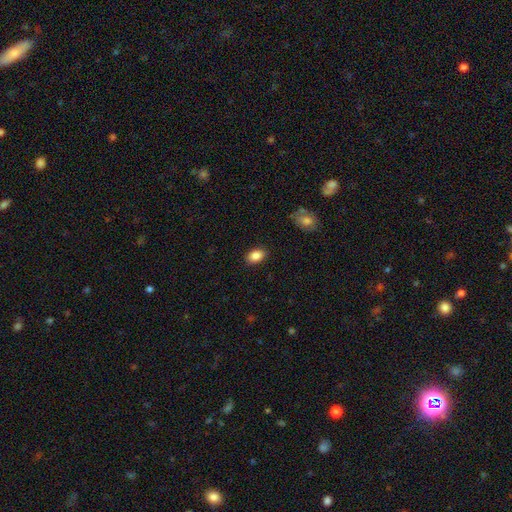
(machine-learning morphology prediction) Smooth or featured? smooth (86%)
How rounded? in between (85%)
Merging? none (88%)